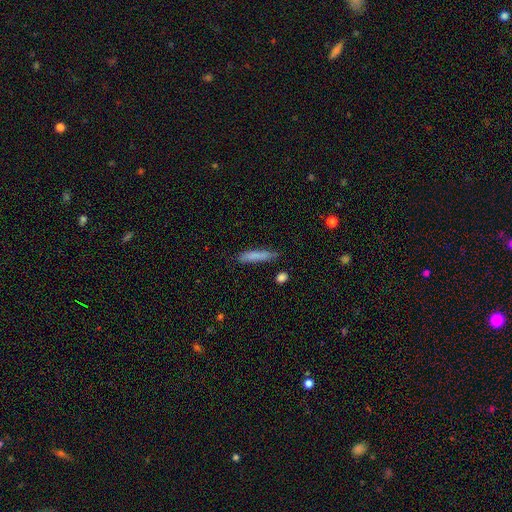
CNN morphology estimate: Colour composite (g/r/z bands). It shows a smooth galaxy with no disk features (80%) that is cigar-shaped (89%). Merging: none (76%).